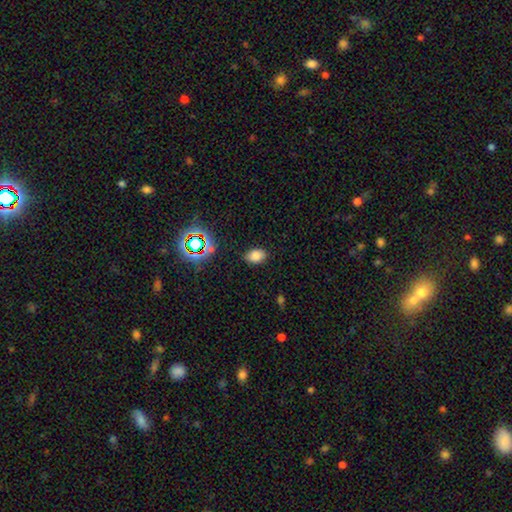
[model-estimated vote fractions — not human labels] Morphology: type=smooth (78%); roundness=in between (79%); merging=none (84%).